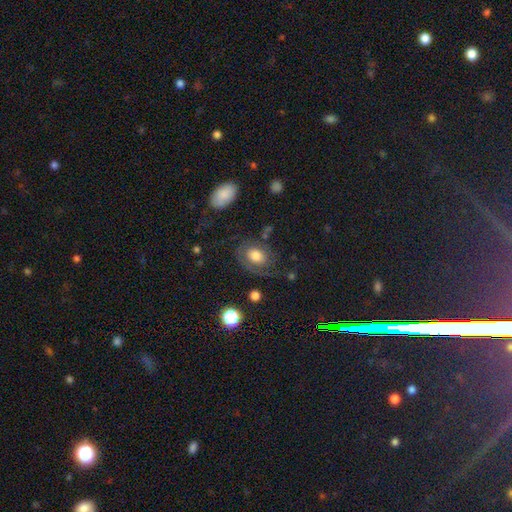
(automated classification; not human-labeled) Smooth or featured: featured or disk — 45% (smooth — 44%)
Merging: none — 58% (minor disturbance — 20%)